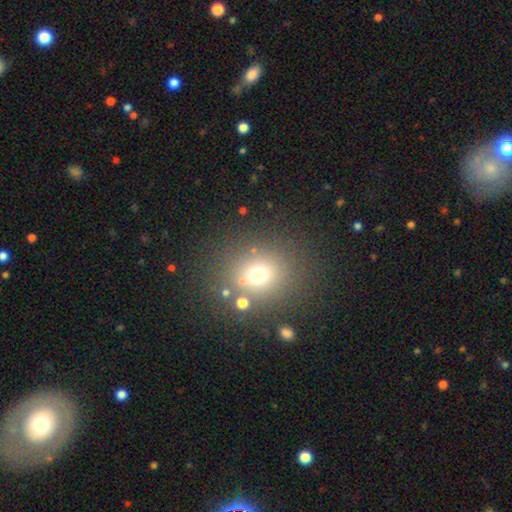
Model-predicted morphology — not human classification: The model was most divided on "smooth or featured": smooth: 62%, star or artifact: 26%, featured or disk: 12%. More confident: merging — none (80%); how rounded — round (76%).